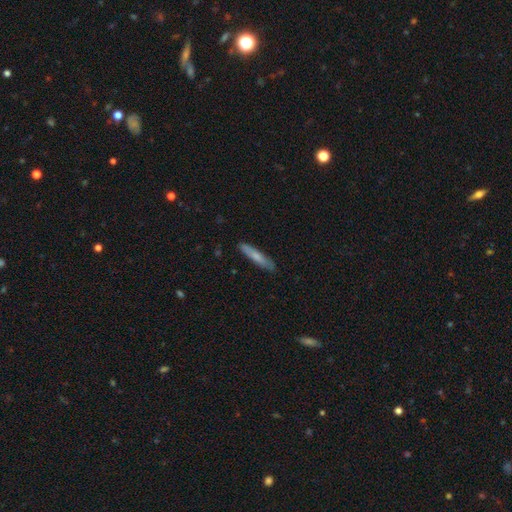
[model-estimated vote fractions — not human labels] Overall: smooth (69%). How rounded: cigar-shaped (90%). Merging: none (86%).